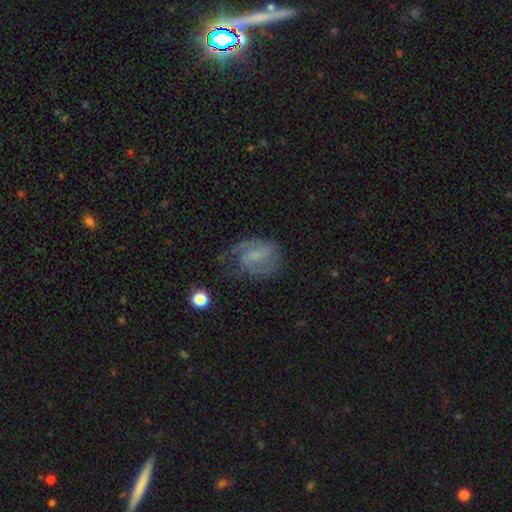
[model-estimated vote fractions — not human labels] Overall: featured or disk (69%). Edge-on disk: no (97%). Bar: weak (53%; no 28%). Spiral arms: yes (90%). Spiral arm count: 2 (65%). Spiral winding: medium (47%; tight 28%). Bulge size: none (43%; small 37%). Merging: none (57%; minor disturbance 24%).